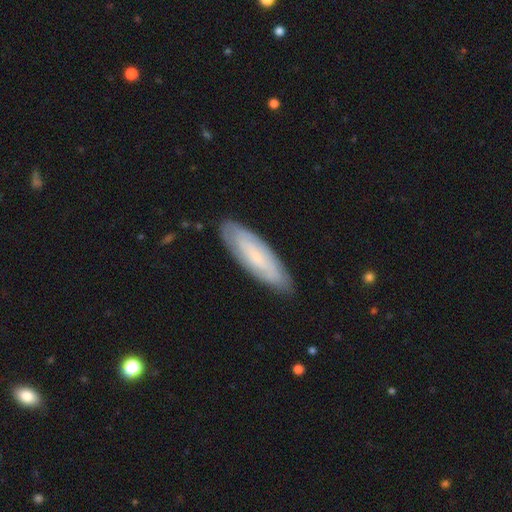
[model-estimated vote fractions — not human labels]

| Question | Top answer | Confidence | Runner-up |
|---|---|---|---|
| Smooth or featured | featured or disk | 51% | smooth (42%) |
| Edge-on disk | no | 75% | yes (25%) |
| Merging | none | 83% | minor disturbance (13%) |